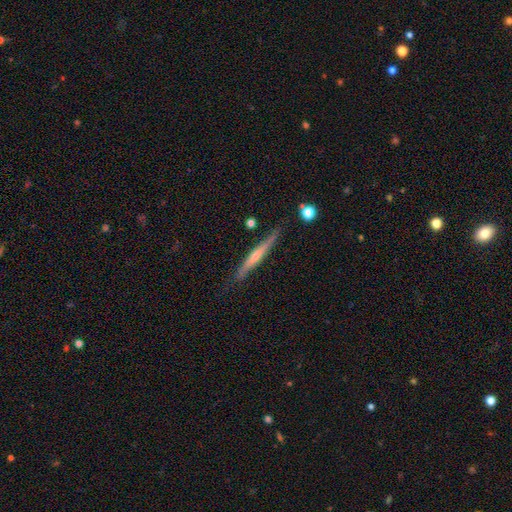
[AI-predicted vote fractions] featured or disk 71%, smooth 22%, star or artifact 7%. Down the decision tree: edge-on disk — yes (97%); edge-on bulge — rounded (69%); merging — none (87%).